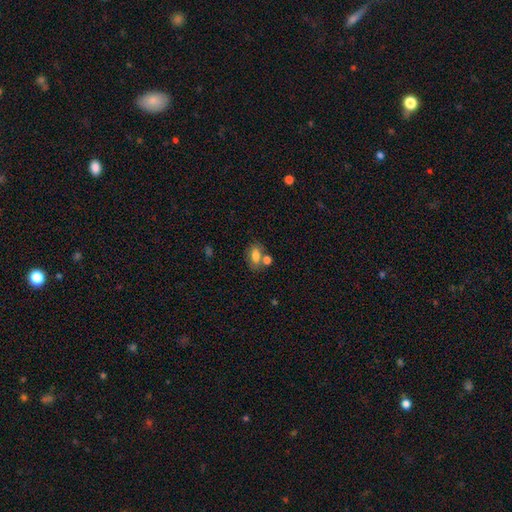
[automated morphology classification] Smooth or featured: smooth — 77% (featured or disk — 13%)
How rounded: in between — 85% (round — 12%)
Merging: none — 52% (merger — 29%)